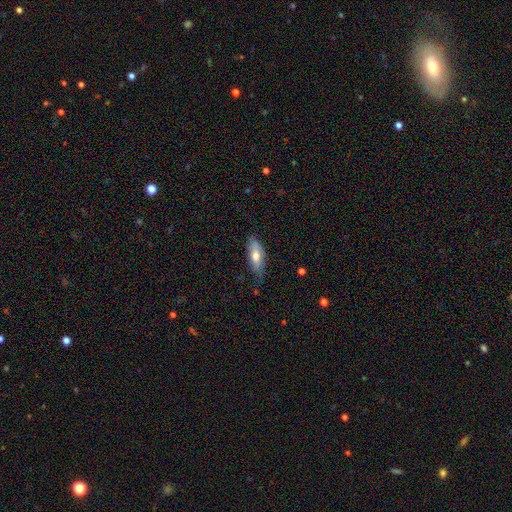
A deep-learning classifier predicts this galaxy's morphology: type=smooth (62%); roundness=in between (72%); merging=none (57%).